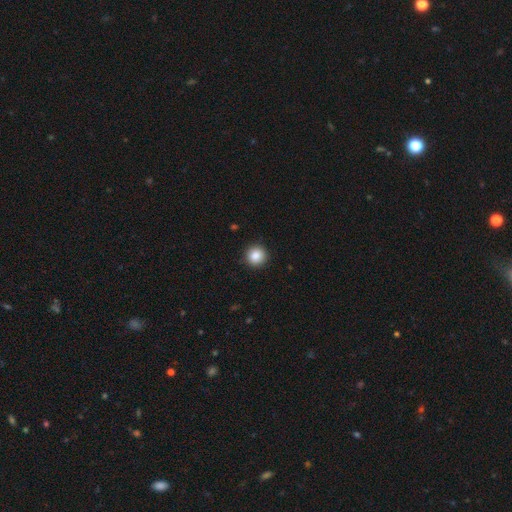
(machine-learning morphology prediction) Smooth or featured? smooth (87%)
How rounded? round (94%)
Merging? none (92%)